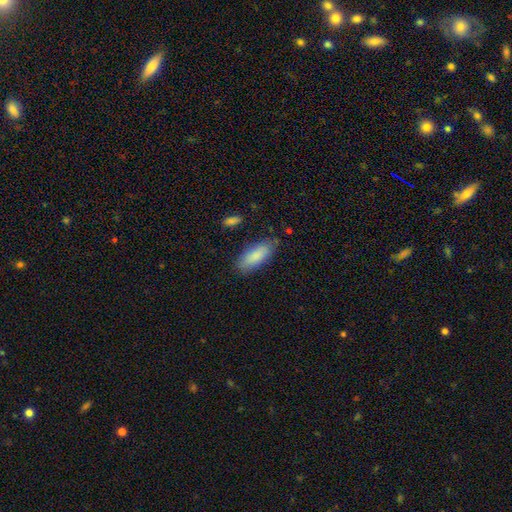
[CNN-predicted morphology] Smooth or featured: smooth — 86% (featured or disk — 8%)
How rounded: in between — 74% (cigar-shaped — 24%)
Merging: none — 79% (minor disturbance — 15%)